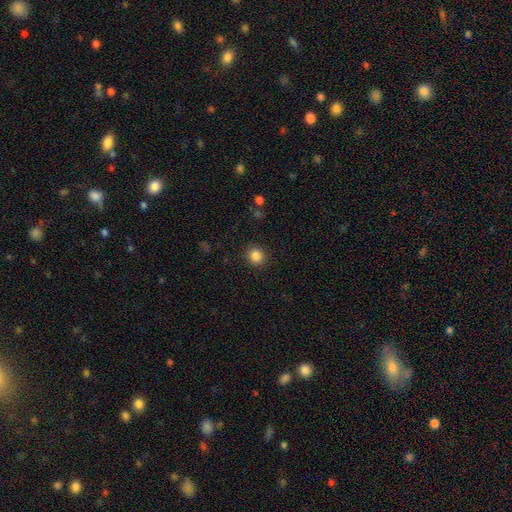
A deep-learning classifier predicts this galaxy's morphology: A smooth galaxy with no disk features (85%) that is round (89%). Merging: none (91%).